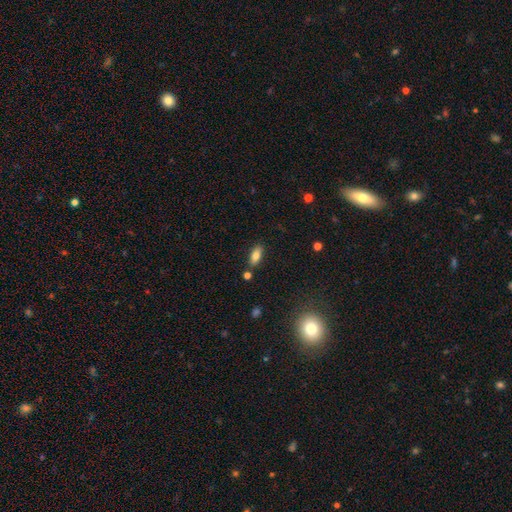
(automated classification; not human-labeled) Smooth or featured?
  - smooth: 78% *
  - featured or disk: 14%
  - star or artifact: 8%
How rounded?
  - in between: 83% *
  - cigar-shaped: 14%
  - round: 3%
Merging?
  - none: 81% *
  - minor disturbance: 11%
  - merger: 5%
  - major disturbance: 3%